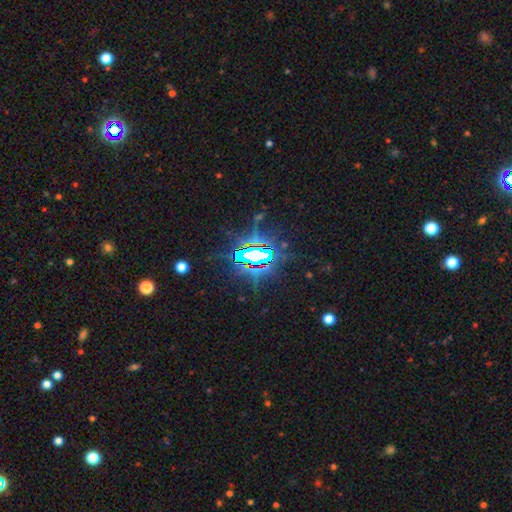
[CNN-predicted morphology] Smooth or featured? Predicted: star or artifact (p=0.79).